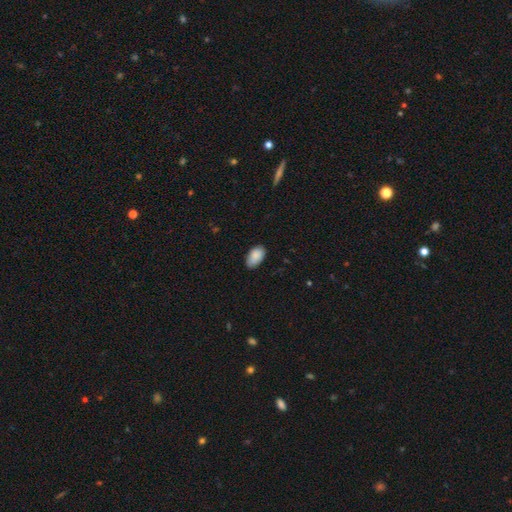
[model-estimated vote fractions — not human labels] Smooth or featured? Predicted: smooth (p=0.89). How rounded? Predicted: in between (p=0.94). Merging? Predicted: none (p=0.79).